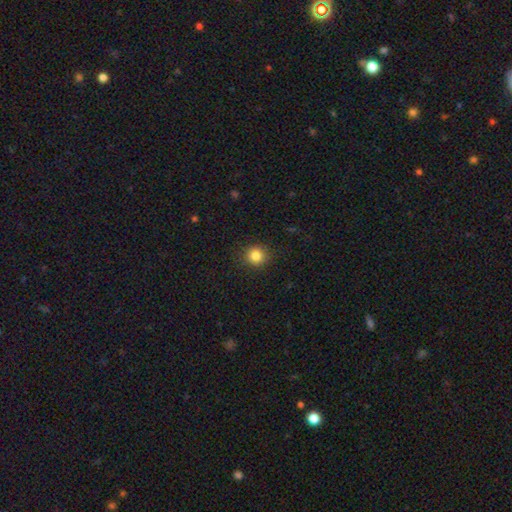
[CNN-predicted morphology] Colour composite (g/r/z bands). It shows a smooth galaxy with no disk features (84%) that is round (88%). Merging: none (89%).